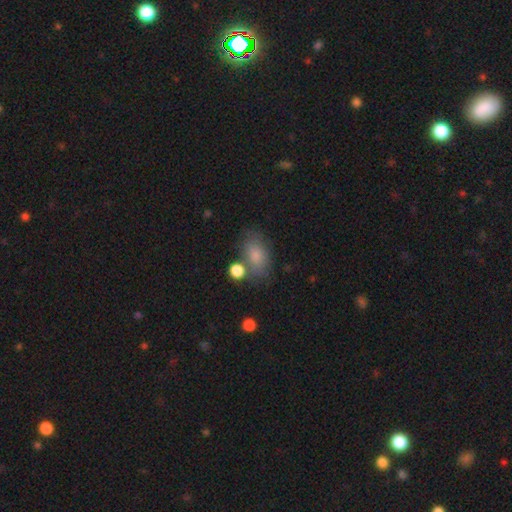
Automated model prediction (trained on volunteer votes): A smooth galaxy with no disk features (81%) that is in between round and cigar-shaped (86%). Merging: none (63%).